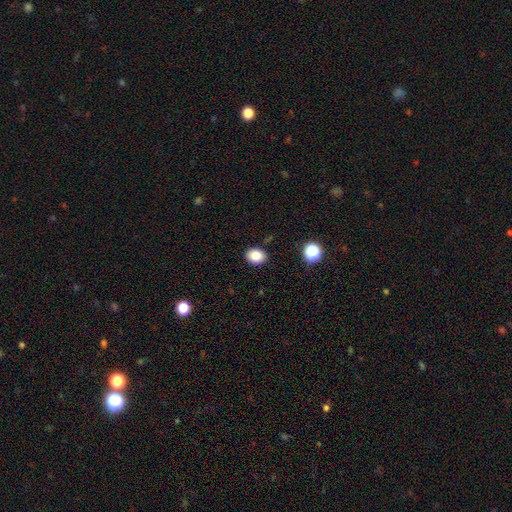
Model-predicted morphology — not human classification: smooth_or_featured: smooth (p=0.84) [alt: star or artifact p=0.10]
how_rounded: in between (p=0.58) [alt: round p=0.41]
merging: none (p=0.88) [alt: minor disturbance p=0.08]